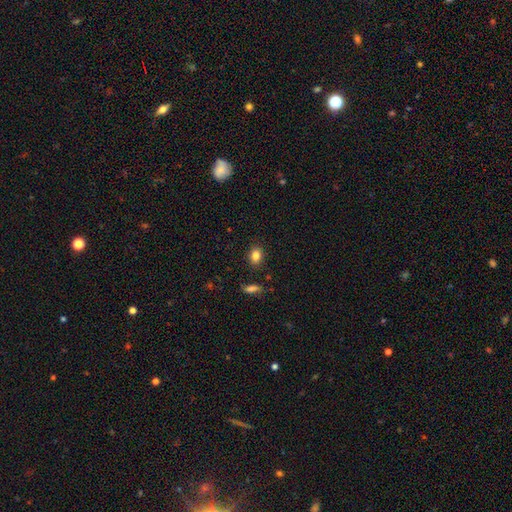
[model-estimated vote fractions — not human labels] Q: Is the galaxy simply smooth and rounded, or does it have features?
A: smooth — 83%.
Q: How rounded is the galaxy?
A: in between — 62%.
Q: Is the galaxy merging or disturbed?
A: none — 86%.